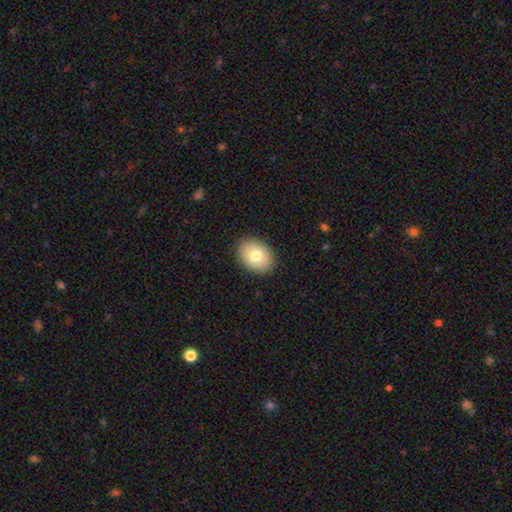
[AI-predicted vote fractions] Smooth or featured? smooth (79%)
How rounded? in between (71%)
Merging? none (89%)